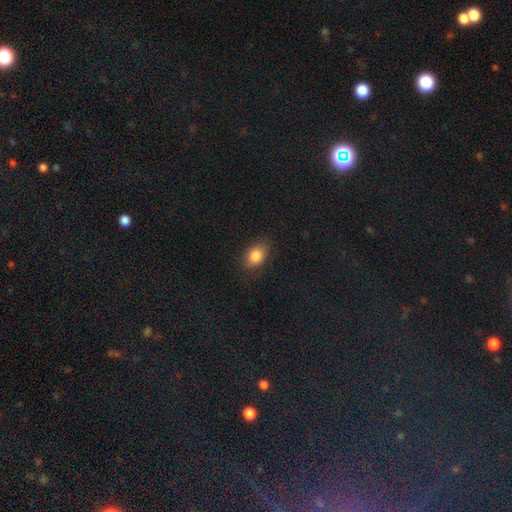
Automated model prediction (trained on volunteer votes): Overall: smooth (84%). How rounded: in between (75%). Merging: none (83%).